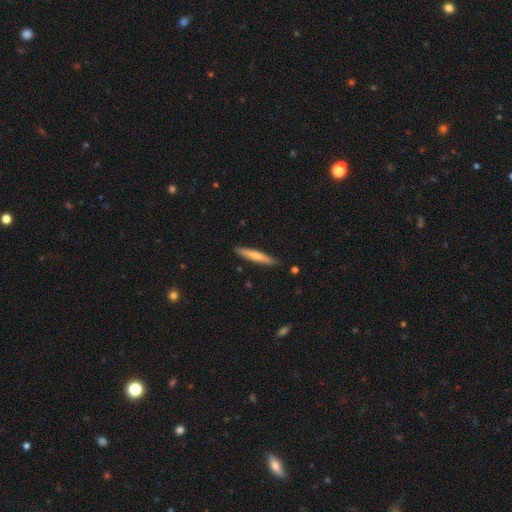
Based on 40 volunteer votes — This is likely a smooth galaxy (60%). How rounded: clearly cigar-shaped (92%). Merging: clearly none (94%).